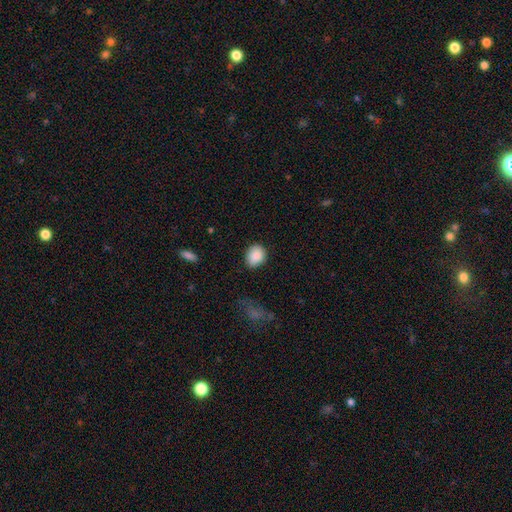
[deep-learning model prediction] This appears to be a smooth galaxy with no disk features (88%) that is round (56%). Merging: none (75%).